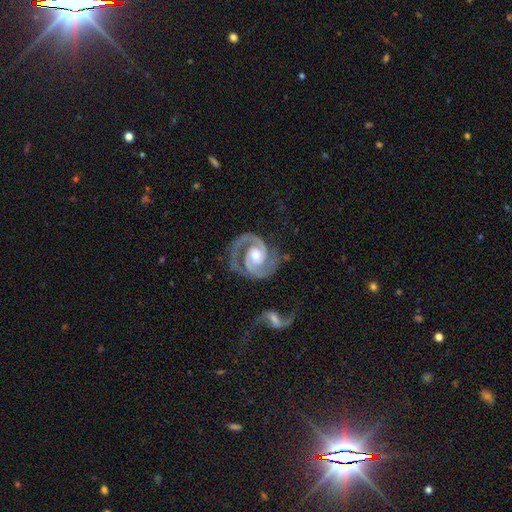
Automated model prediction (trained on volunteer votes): This appears to be a featured or disk galaxy (93%) with no bar (49%), 2 (91%) medium (47%, tied with tight) spiral arms (98%) and a moderate central bulge (68%). Merging: none (71%).